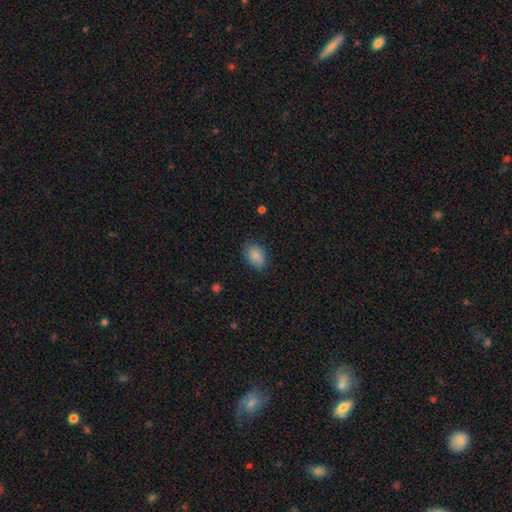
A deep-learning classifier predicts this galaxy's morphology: Smooth or featured?
  - smooth: 87% *
  - star or artifact: 7%
  - featured or disk: 6%
How rounded?
  - in between: 84% *
  - round: 14%
  - cigar-shaped: 1%
Merging?
  - none: 81% *
  - minor disturbance: 15%
  - major disturbance: 3%
  - merger: 1%